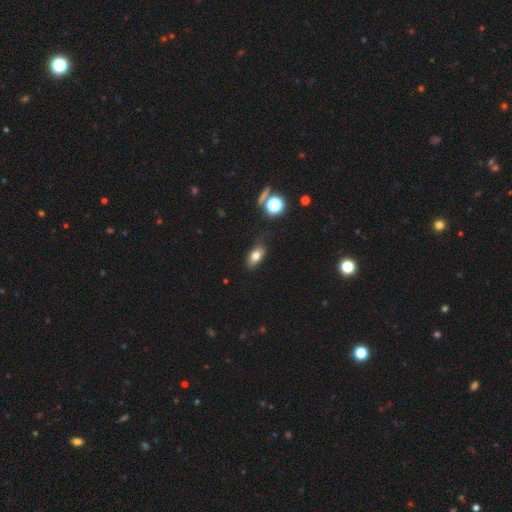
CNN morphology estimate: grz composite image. It shows a smooth galaxy with no disk features (75%) that is in between round and cigar-shaped (84%). Merging: none (76%).